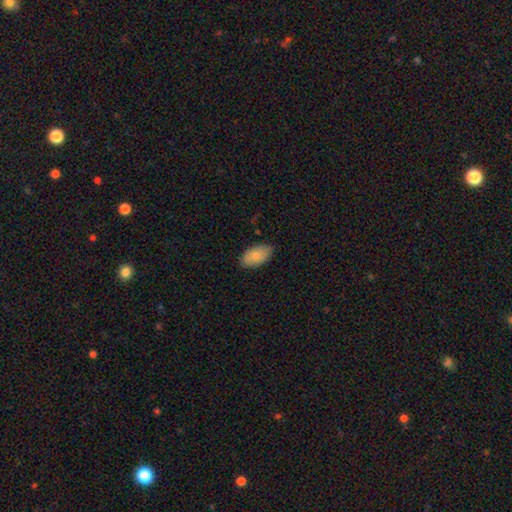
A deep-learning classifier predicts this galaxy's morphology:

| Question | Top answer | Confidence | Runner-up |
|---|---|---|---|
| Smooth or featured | smooth | 82% | featured or disk (12%) |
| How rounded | in between | 94% | round (4%) |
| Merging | none | 81% | minor disturbance (16%) |